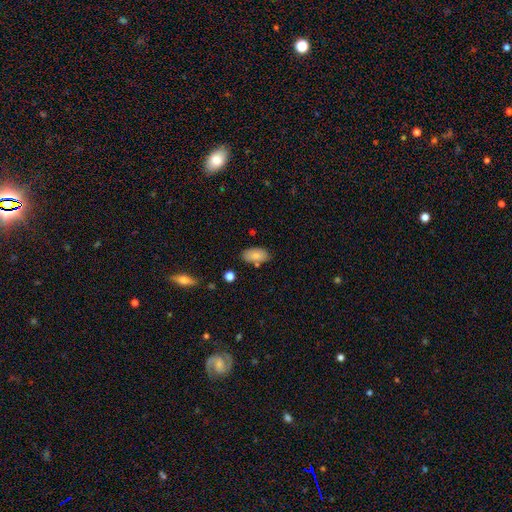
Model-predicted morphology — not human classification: Smooth or featured? Predicted: smooth (p=0.83). How rounded? Predicted: in between (p=0.94). Merging? Predicted: none (p=0.76).